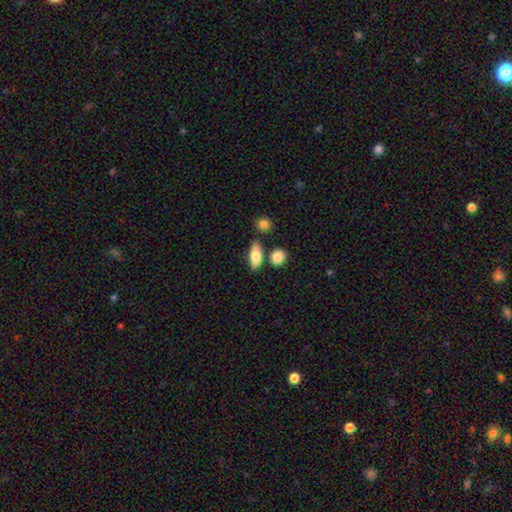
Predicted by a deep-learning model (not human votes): A smooth galaxy with no disk features (77%) that is in between round and cigar-shaped (80%). Merging: none (74%).